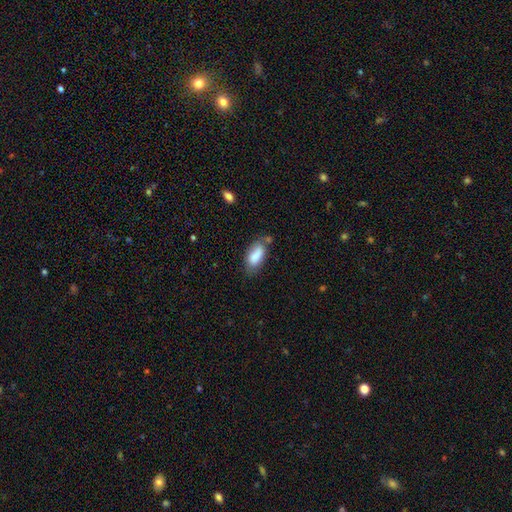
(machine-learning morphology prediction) smooth 84%, featured or disk 9%, star or artifact 7%. Down the decision tree: how rounded — in between (86%); merging — none (63%).